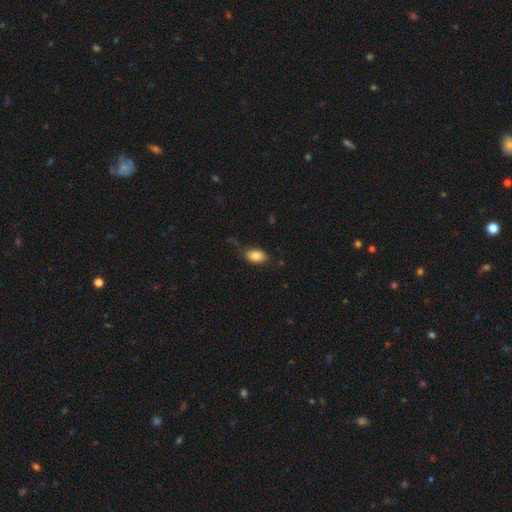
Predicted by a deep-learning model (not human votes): Smooth or featured: smooth — 84% (featured or disk — 8%)
How rounded: in between — 91% (round — 7%)
Merging: none — 76% (minor disturbance — 18%)